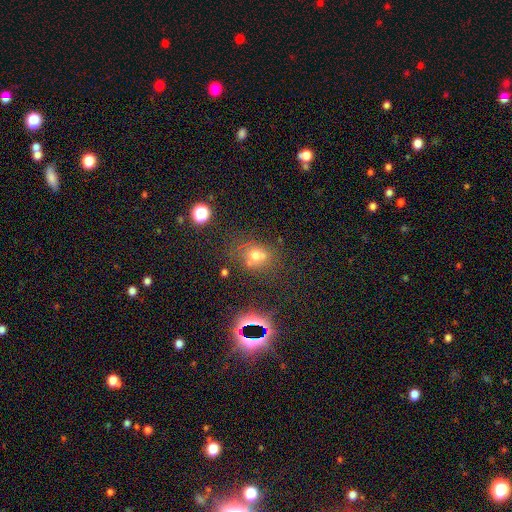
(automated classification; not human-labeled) Smooth or featured?
  - smooth: 60% *
  - star or artifact: 24%
  - featured or disk: 16%
How rounded?
  - round: 65% *
  - in between: 34%
  - cigar-shaped: 2%
Merging?
  - none: 53% *
  - merger: 25%
  - minor disturbance: 15%
  - major disturbance: 8%